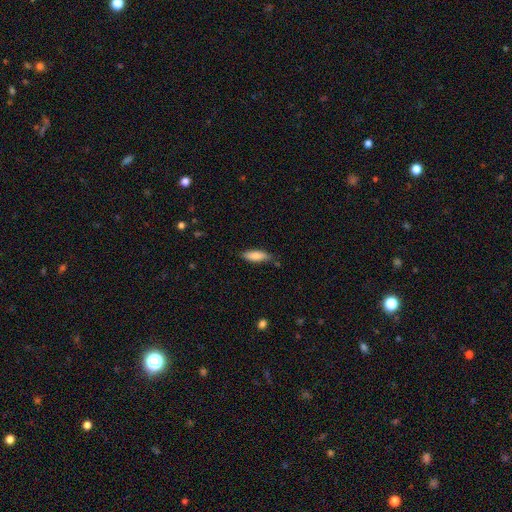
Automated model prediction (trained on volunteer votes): smooth 83%, featured or disk 11%, star or artifact 6%. Down the decision tree: how rounded — in between (54%); merging — none (77%).